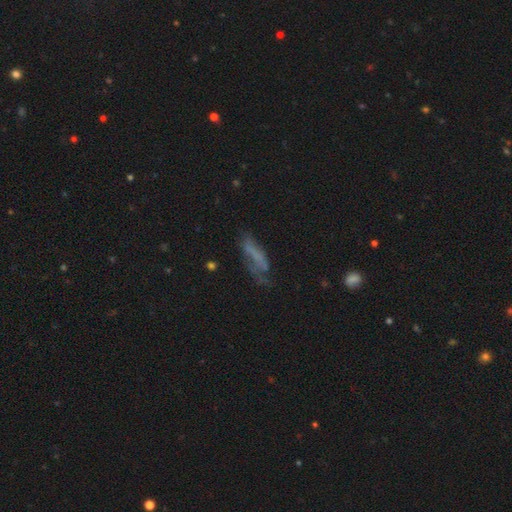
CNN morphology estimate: Smooth or featured? smooth (44%)
Merging? none (36%)